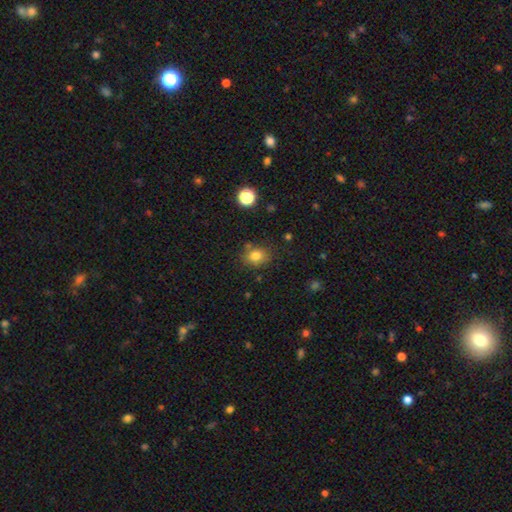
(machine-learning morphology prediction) A smooth galaxy with no disk features (79%) that is round (54%). Merging: none (77%).